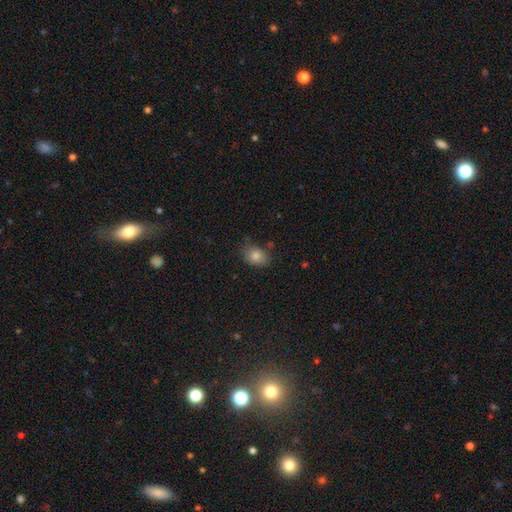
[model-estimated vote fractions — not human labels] Smooth or featured? smooth (81%)
How rounded? in between (69%)
Merging? none (77%)